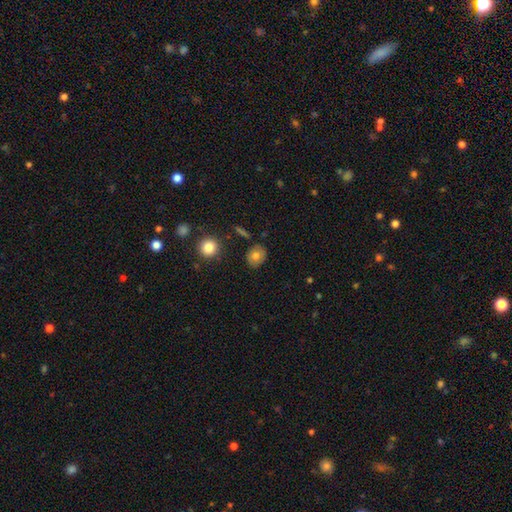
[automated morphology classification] Smooth or featured? Predicted: smooth (p=0.76). How rounded? Predicted: round (p=0.62). Merging? Predicted: none (p=0.83).